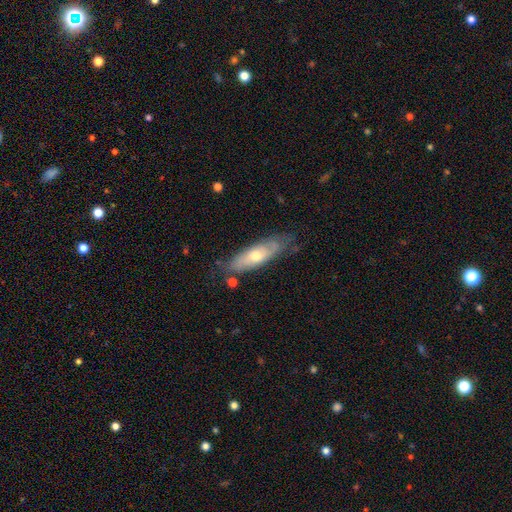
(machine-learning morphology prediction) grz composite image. It shows a featured or disk galaxy (52%). Merging: none (68%).